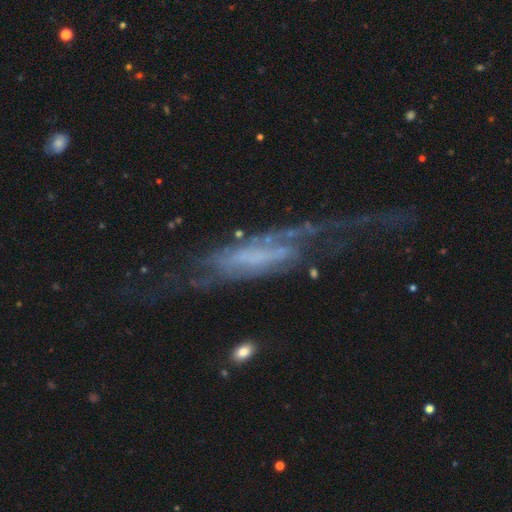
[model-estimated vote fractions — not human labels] Smooth or featured: featured or disk — 78% (smooth — 13%)
Edge-on disk: no — 74% (yes — 26%)
Bar: no — 34% (tied with strong — 34%)
Spiral arms: yes — 83% (no — 17%)
Bulge size: none — 60% (small — 20%)
Merging: none — 43% (major disturbance — 34%)